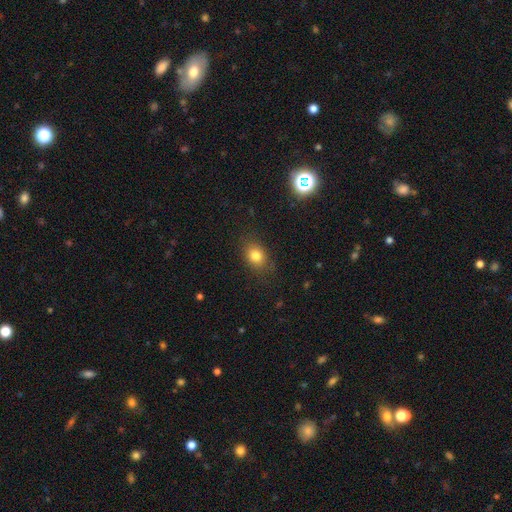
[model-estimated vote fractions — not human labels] smooth-or-featured: smooth: 80% | star or artifact: 12% | featured or disk: 8%
  how-rounded: in between: 60% | round: 39% | cigar-shaped: 1%
  merging: none: 82% | minor disturbance: 13% | major disturbance: 4% | merger: 1%